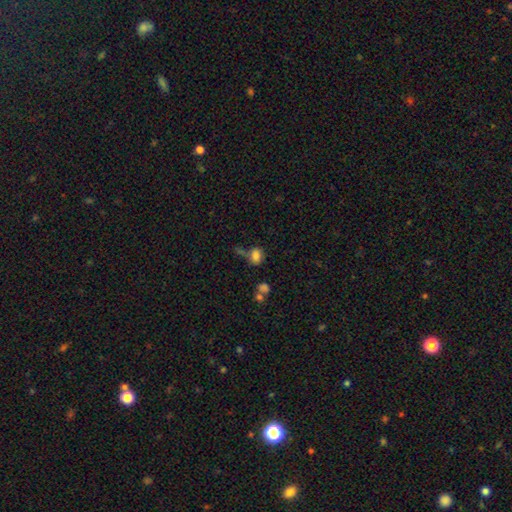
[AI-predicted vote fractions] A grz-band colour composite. It shows a smooth galaxy with no disk features (77%) that is in between round and cigar-shaped (69%). Merging: none (47%).